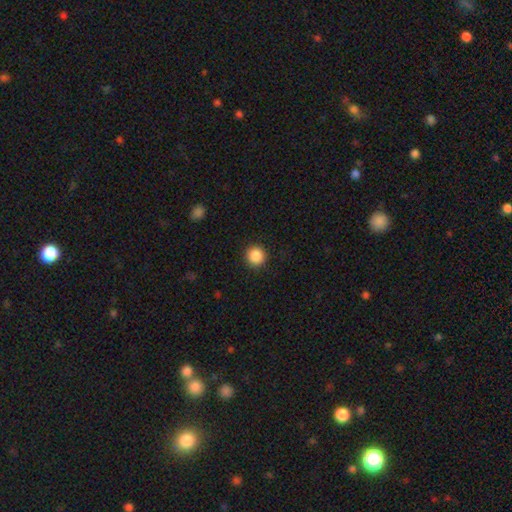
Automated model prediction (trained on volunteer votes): A smooth galaxy with no disk features (88%) that is round (94%). Merging: none (92%).